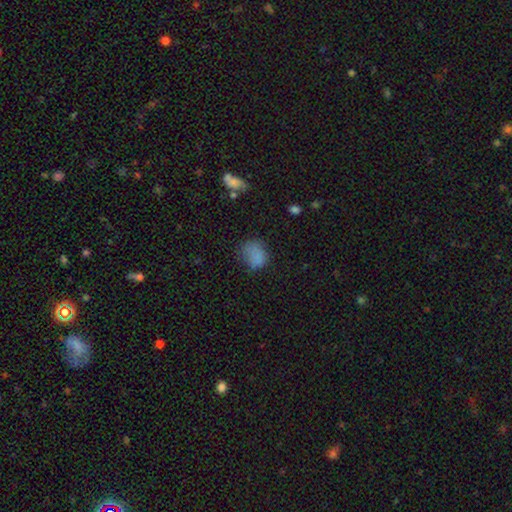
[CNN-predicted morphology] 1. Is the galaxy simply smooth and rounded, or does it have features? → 78% smooth, 13% star or artifact, 9% featured or disk.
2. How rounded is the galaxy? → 51% in between, 48% round, 1% cigar-shaped.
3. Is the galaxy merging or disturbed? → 50% none, 30% minor disturbance, 17% major disturbance, 3% merger.